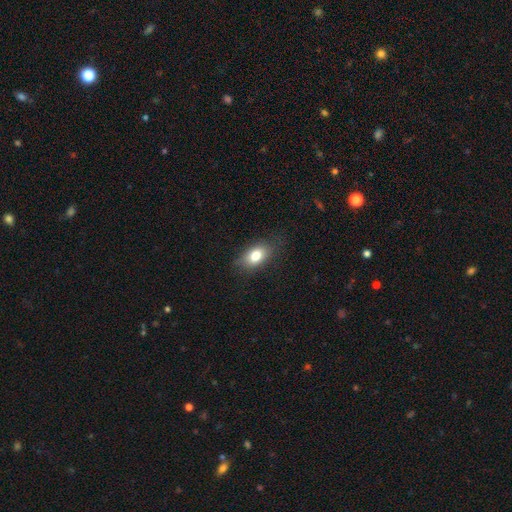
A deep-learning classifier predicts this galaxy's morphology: The model was most divided on "merging": none: 78%, minor disturbance: 16%, major disturbance: 4%, merger: 1%. More confident: how rounded — in between (83%); smooth or featured — smooth (78%).